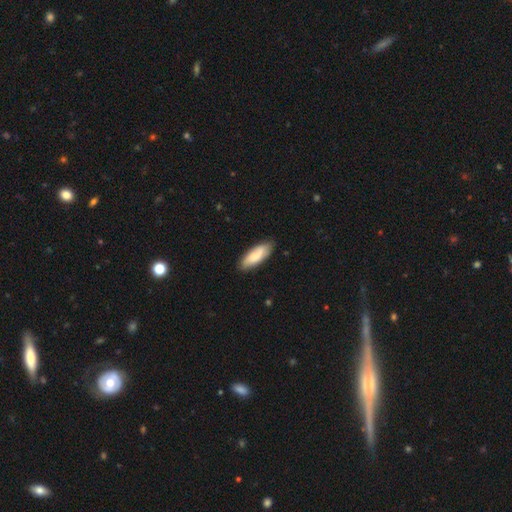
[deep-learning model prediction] Smooth or featured? smooth (74%)
How rounded? in between (70%)
Merging? none (82%)